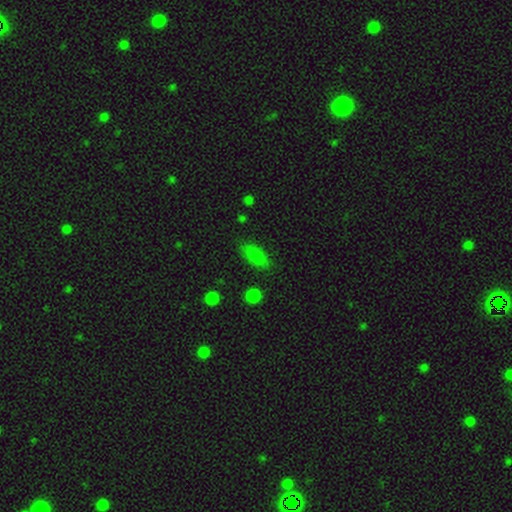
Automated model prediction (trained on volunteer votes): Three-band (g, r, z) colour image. It shows a smooth galaxy with no disk features (83%) that is in between round and cigar-shaped (84%). Merging: none (80%).